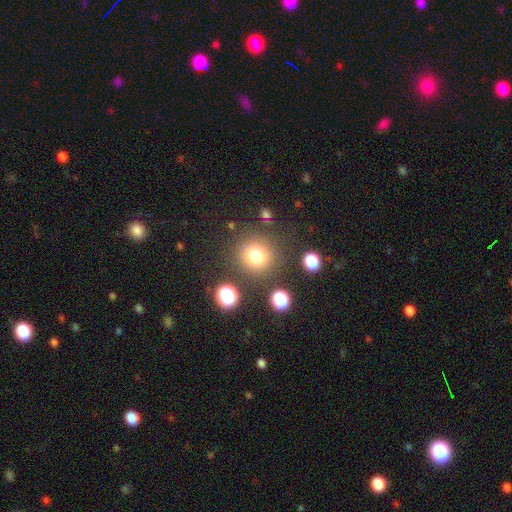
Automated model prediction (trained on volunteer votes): smooth-or-featured: smooth: 76% | star or artifact: 15% | featured or disk: 8%
  how-rounded: round: 94% | in between: 5% | cigar-shaped: 1%
  merging: none: 83% | minor disturbance: 8% | major disturbance: 4% | merger: 4%